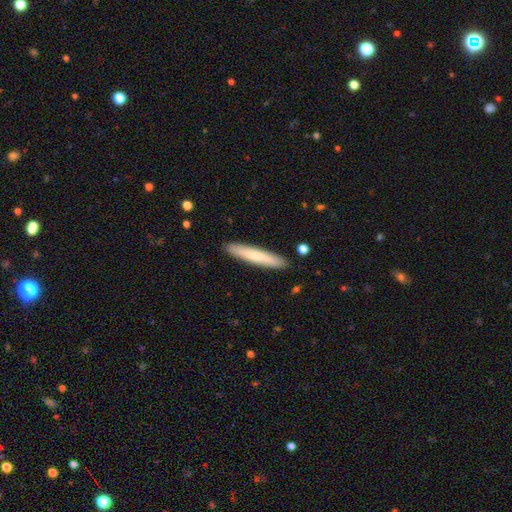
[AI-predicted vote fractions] Smooth or featured?
  - smooth: 73% *
  - featured or disk: 22%
  - star or artifact: 5%
How rounded?
  - cigar-shaped: 93% *
  - in between: 6%
  - round: 1%
Merging?
  - none: 90% *
  - minor disturbance: 7%
  - major disturbance: 1%
  - merger: 1%